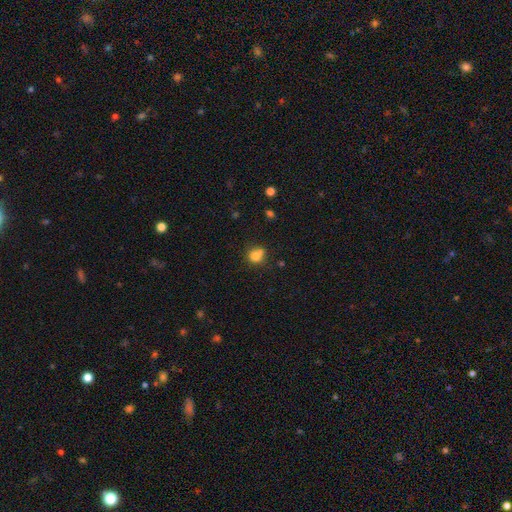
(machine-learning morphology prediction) This appears to be a smooth galaxy with no disk features (78%) that is round (80%). Merging: none (51%).